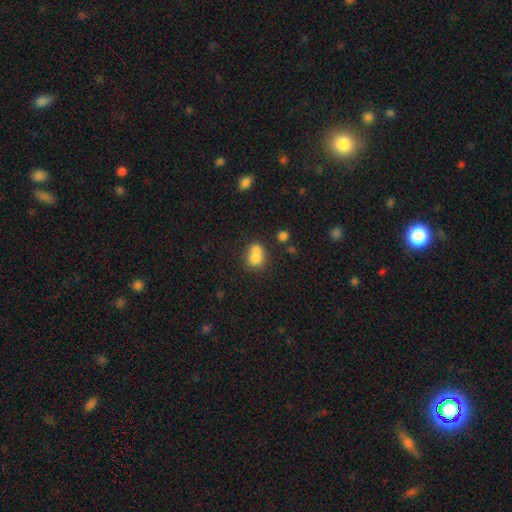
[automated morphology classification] smooth-or-featured: smooth: 73% | featured or disk: 17% | star or artifact: 11%
  how-rounded: round: 55% | in between: 44% | cigar-shaped: 1%
  merging: merger: 53% | none: 30% | minor disturbance: 11% | major disturbance: 5%